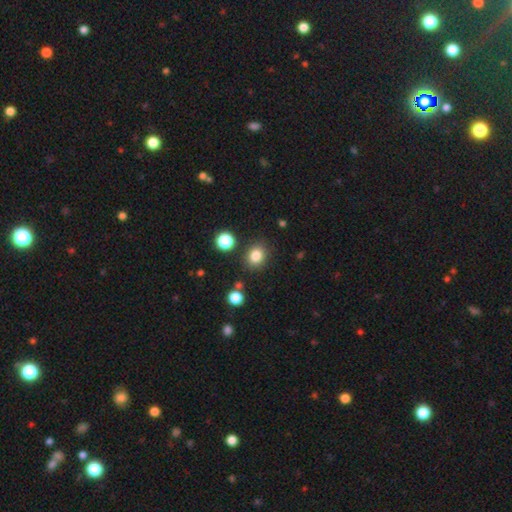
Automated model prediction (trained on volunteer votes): smooth-or-featured: smooth: 82% | star or artifact: 12% | featured or disk: 6%
  how-rounded: round: 62% | in between: 37% | cigar-shaped: 1%
  merging: none: 83% | minor disturbance: 10% | merger: 4% | major disturbance: 3%